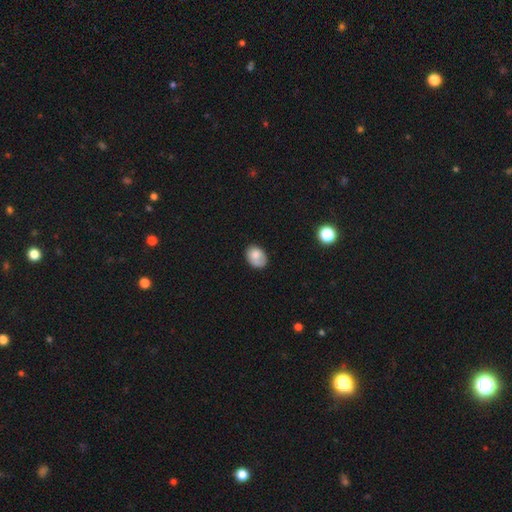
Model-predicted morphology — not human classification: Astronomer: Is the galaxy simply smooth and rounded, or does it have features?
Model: smooth — 77%.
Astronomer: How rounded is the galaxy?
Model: in between — 71%.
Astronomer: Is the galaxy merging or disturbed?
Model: none — 63%.